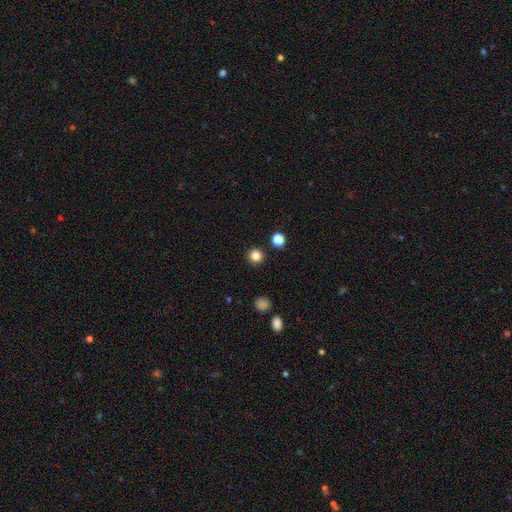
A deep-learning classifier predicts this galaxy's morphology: Overall: smooth (83%). How rounded: round (94%). Merging: none (92%).